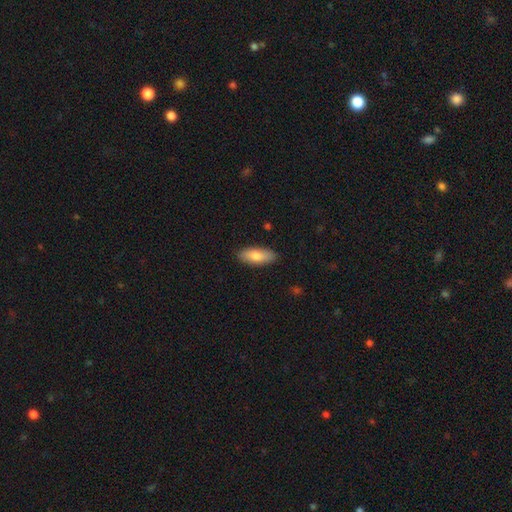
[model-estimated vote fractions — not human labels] Morphology: type=smooth (80%); roundness=in between (75%); merging=none (88%).